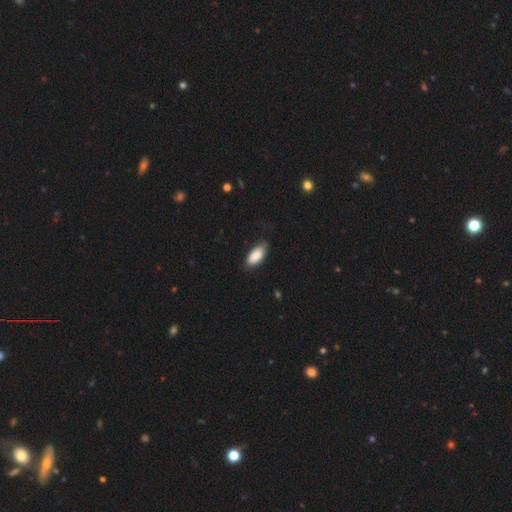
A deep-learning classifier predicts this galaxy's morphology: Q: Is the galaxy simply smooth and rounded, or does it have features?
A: smooth — 86%.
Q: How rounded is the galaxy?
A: in between — 90%.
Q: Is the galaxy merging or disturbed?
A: none — 73%.